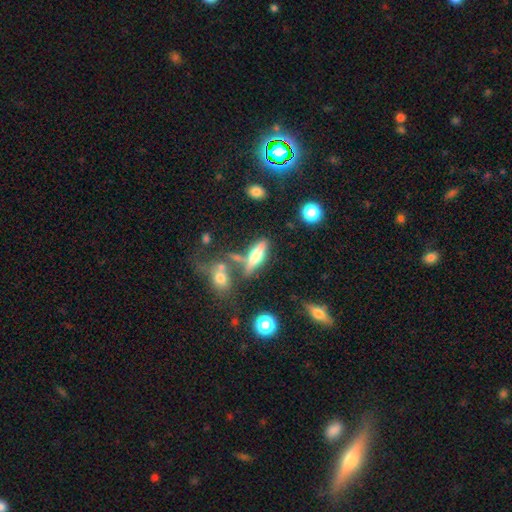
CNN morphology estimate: A featured or disk galaxy (46%). Merging: none (56%).